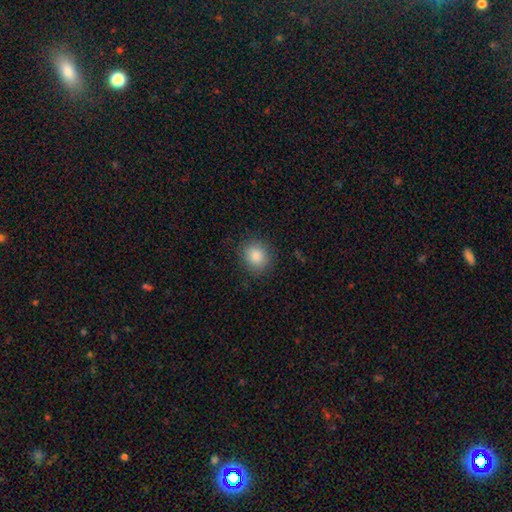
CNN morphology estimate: This is clearly a smooth galaxy (85%). How rounded: likely round (77%). Merging: clearly none (87%).